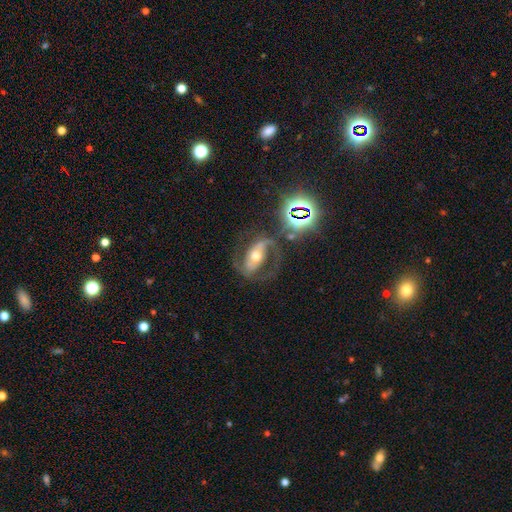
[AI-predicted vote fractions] Smooth or featured? Predicted: featured or disk (p=0.75). Edge-on disk? Predicted: no (p=0.95). Bar? Predicted: strong (p=0.48). Spiral arms? Predicted: yes (p=0.88). Spiral winding? Predicted: medium (p=0.52). Spiral arm count? Predicted: 2 (p=0.86). Bulge size? Predicted: moderate (p=0.68). Merging? Predicted: none (p=0.64).